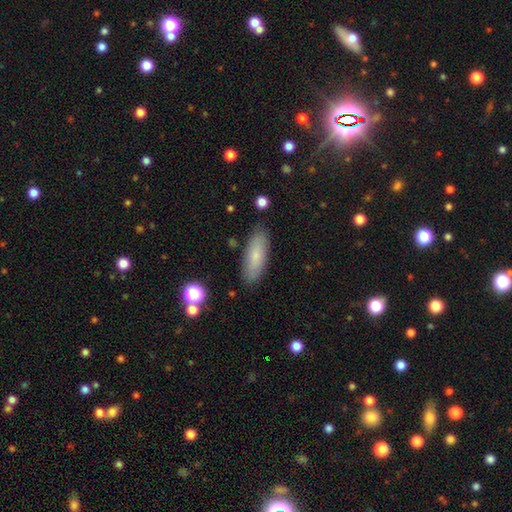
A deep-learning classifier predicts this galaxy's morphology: Smooth or featured: smooth — 75% (featured or disk — 17%)
How rounded: in between — 59% (cigar-shaped — 39%)
Merging: none — 85% (minor disturbance — 11%)